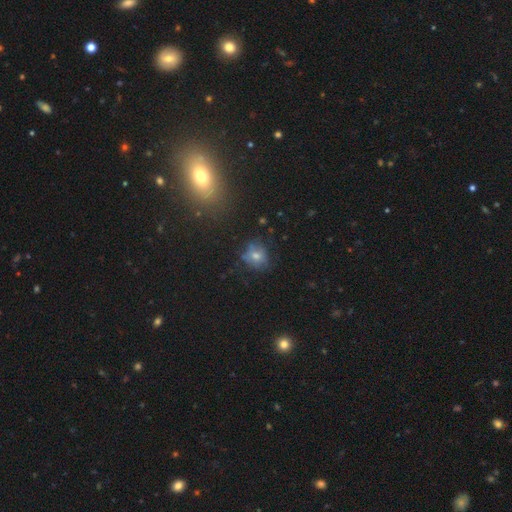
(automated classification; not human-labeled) smooth_or_featured: smooth (p=0.60) [alt: featured or disk p=0.20]
how_rounded: round (p=0.70) [alt: in between p=0.29]
merging: none (p=0.62) [alt: minor disturbance p=0.21]